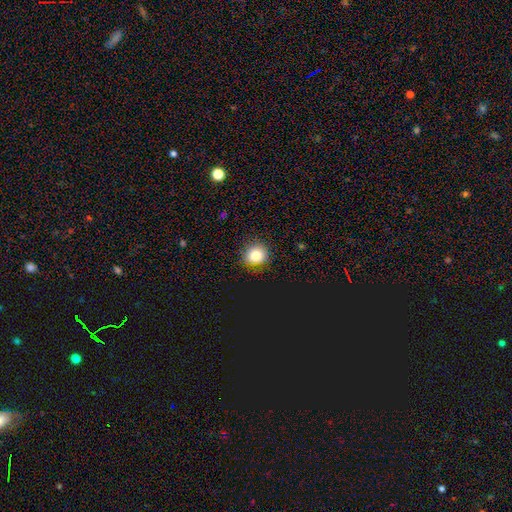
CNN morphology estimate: The model was most divided on "smooth or featured": smooth: 80%, star or artifact: 13%, featured or disk: 6%. More confident: merging — none (87%); how rounded — round (86%).